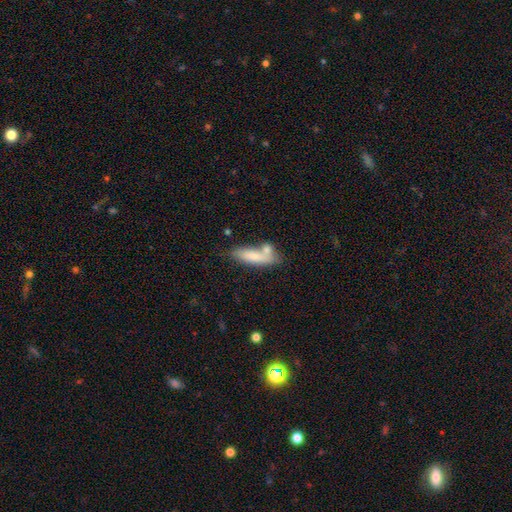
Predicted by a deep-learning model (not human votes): The model was most divided on "how rounded": cigar-shaped: 52%, in between: 45%, round: 3%. Remaining: smooth or featured — smooth (78%); merging — none (47%).